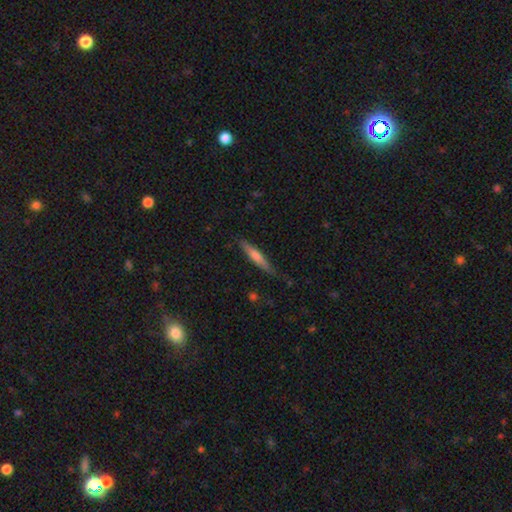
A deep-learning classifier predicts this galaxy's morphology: type=smooth (59%); roundness=cigar-shaped (92%); merging=none (78%).